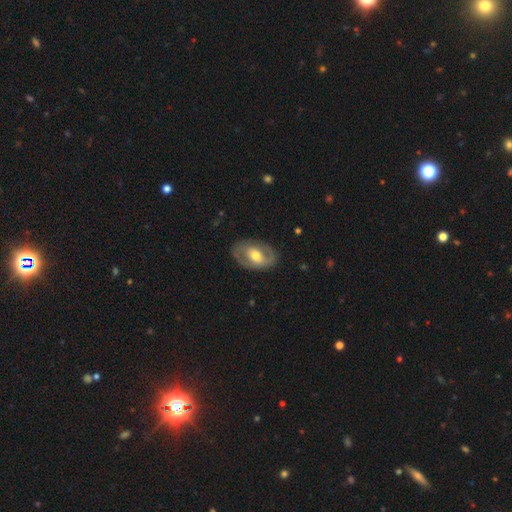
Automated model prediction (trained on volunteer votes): Morphology: type=featured or disk (60%); edge-on=no (93%); bar=no (41%); spiral arms=yes (52%); bulge=moderate (69%); merging=none (79%).